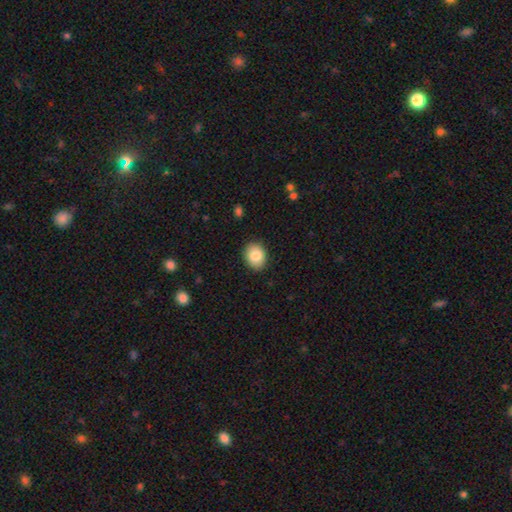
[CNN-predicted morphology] smooth_or_featured: smooth (p=0.85) [alt: featured or disk p=0.08]
how_rounded: in between (p=0.55) [alt: round p=0.44]
merging: none (p=0.89) [alt: minor disturbance p=0.08]